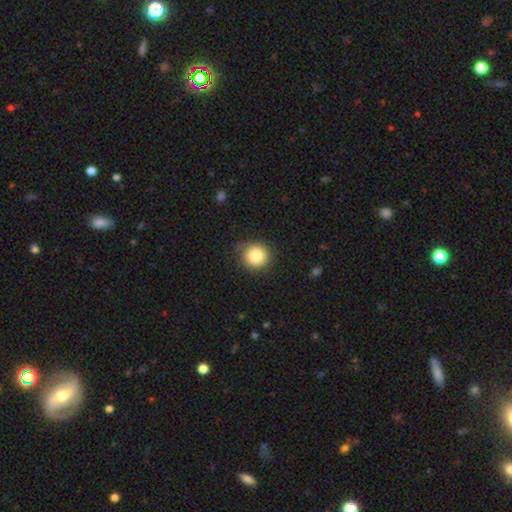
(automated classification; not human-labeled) Smooth or featured: smooth — 84% (star or artifact — 9%)
How rounded: round — 90% (in between — 9%)
Merging: none — 80% (minor disturbance — 15%)